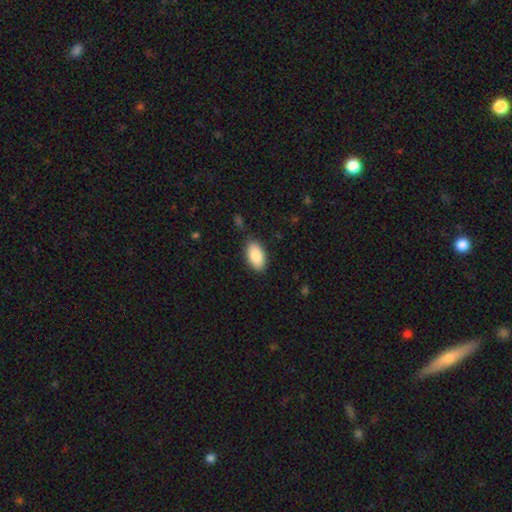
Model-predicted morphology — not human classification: type=smooth (88%); roundness=in between (94%); merging=none (82%).